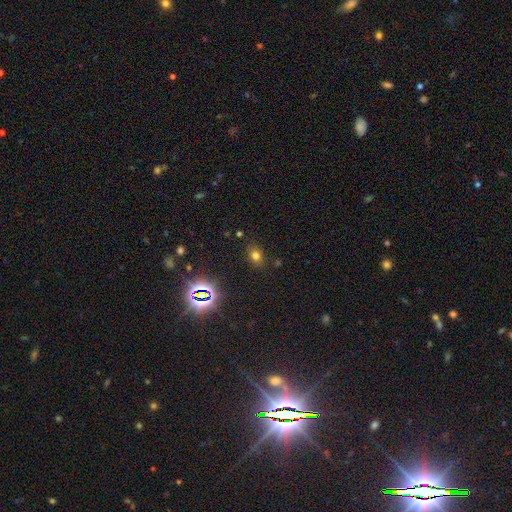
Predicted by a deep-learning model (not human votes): The model was most divided on "how rounded": in between: 56%, round: 42%, cigar-shaped: 2%. More confident: merging — none (82%); smooth or featured — smooth (66%).